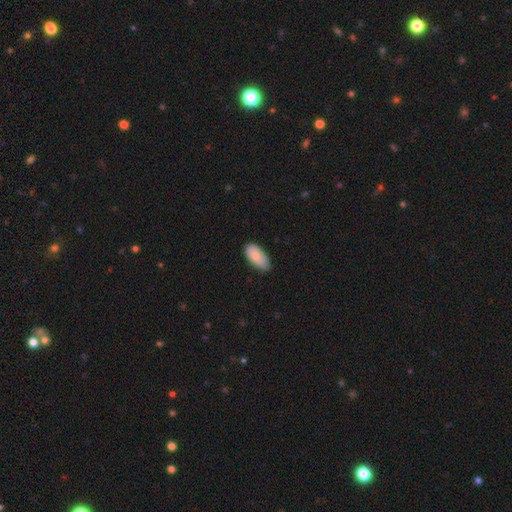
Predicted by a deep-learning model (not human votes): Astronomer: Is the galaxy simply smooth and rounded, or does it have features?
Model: smooth — 87%.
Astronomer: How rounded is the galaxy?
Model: in between — 93%.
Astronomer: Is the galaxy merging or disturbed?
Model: none — 75%.